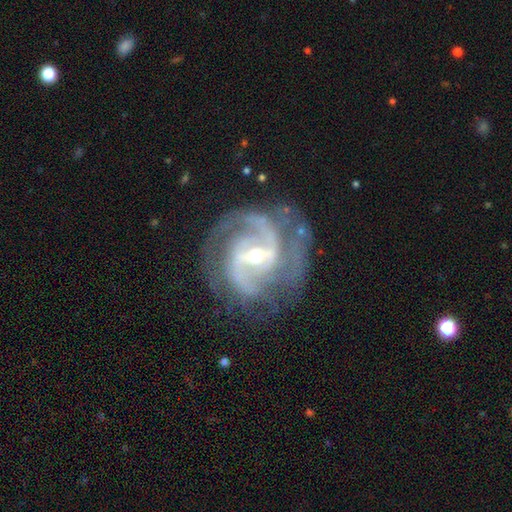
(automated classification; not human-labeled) Smooth or featured?
  - featured or disk: 92% *
  - star or artifact: 5%
  - smooth: 3%
Edge-on disk?
  - no: 98% *
  - yes: 2%
Bar?
  - weak: 46% *
  - strong: 38%
  - no: 15%
Spiral arms?
  - yes: 98% *
  - no: 2%
Spiral winding?
  - medium: 50% *
  - tight: 41%
  - loose: 9%
Spiral arm count?
  - 2: 60% *
  - 3: 21%
  - can't tell: 8%
  - 4: 4%
  - 1: 4%
  - more than 4: 3%
Bulge size?
  - moderate: 52% *
  - small: 44%
  - large: 3%
  - none: 1%
  - dominant: 1%
Merging?
  - none: 71% *
  - minor disturbance: 17%
  - major disturbance: 10%
  - merger: 2%